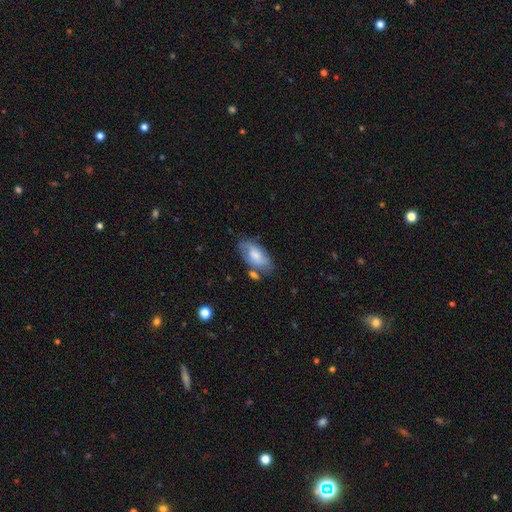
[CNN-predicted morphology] Smooth or featured? smooth (63%)
How rounded? in between (91%)
Merging? none (57%)